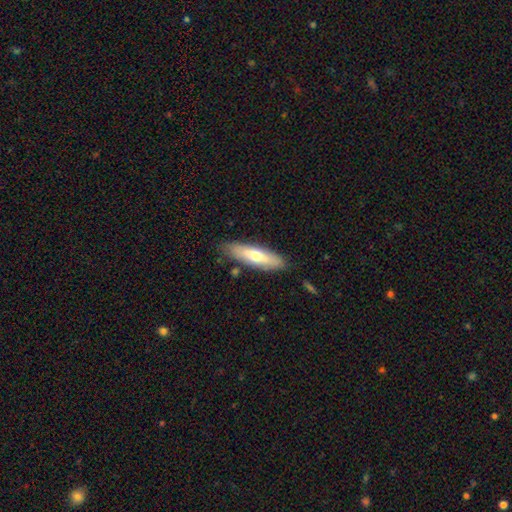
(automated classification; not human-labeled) Q: Smooth or featured?
A: smooth (57%); runner-up: featured or disk (37%)
Q: How rounded?
A: cigar-shaped (61%); runner-up: in between (38%)
Q: Merging?
A: none (82%); runner-up: minor disturbance (12%)